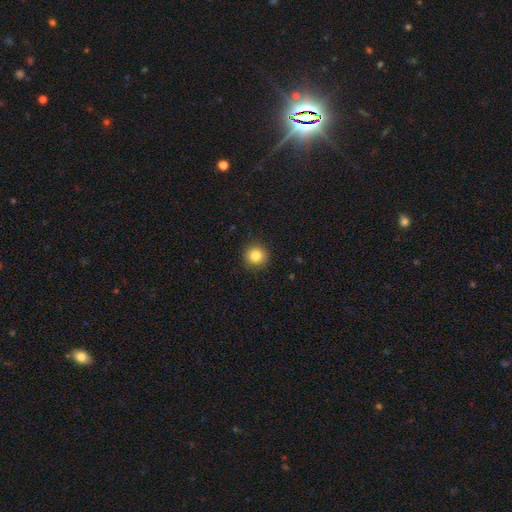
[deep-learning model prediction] This is clearly a smooth galaxy (84%). How rounded: clearly round (94%). Merging: clearly none (91%).